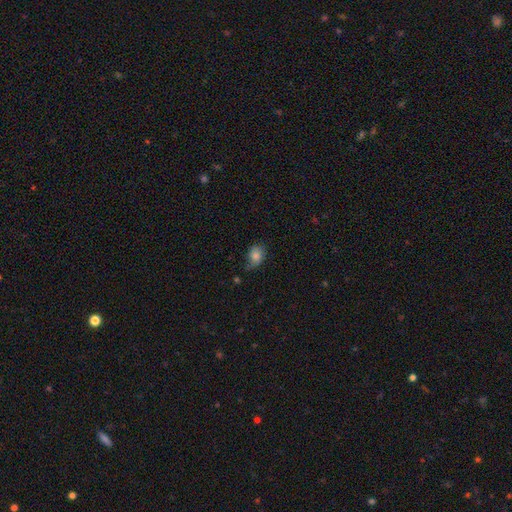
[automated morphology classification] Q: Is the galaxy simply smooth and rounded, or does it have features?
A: smooth — 81%.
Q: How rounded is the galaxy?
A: in between — 63%.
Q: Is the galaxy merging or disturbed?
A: none — 50%.